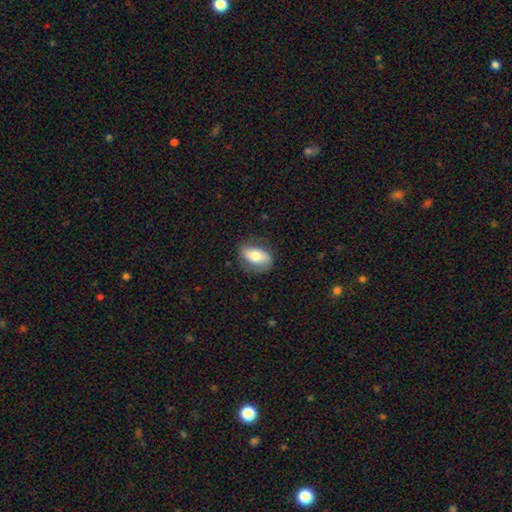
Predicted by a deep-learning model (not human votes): Morphology: type=smooth (62%); roundness=in between (86%); merging=none (74%).